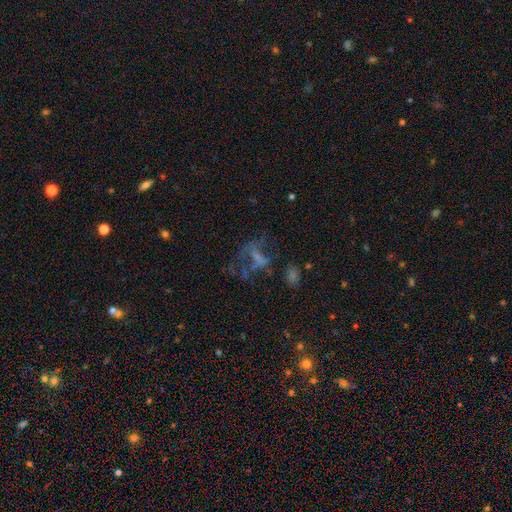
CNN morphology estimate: smooth_or_featured: featured or disk (p=0.46) [alt: star or artifact p=0.29]
merging: major disturbance (p=0.42) [alt: none p=0.34]